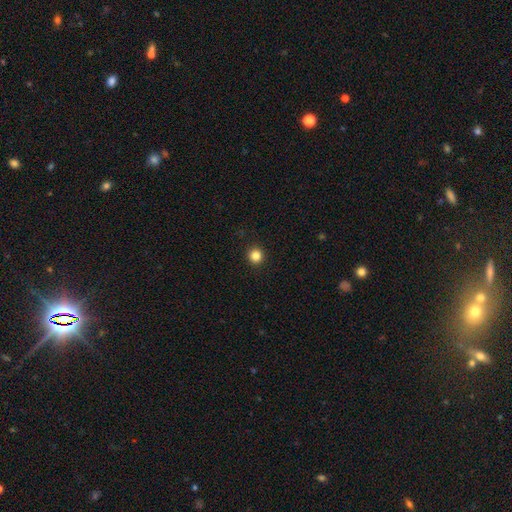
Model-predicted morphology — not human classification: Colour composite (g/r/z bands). It shows a smooth galaxy with no disk features (84%) that is round (94%). Merging: none (93%).